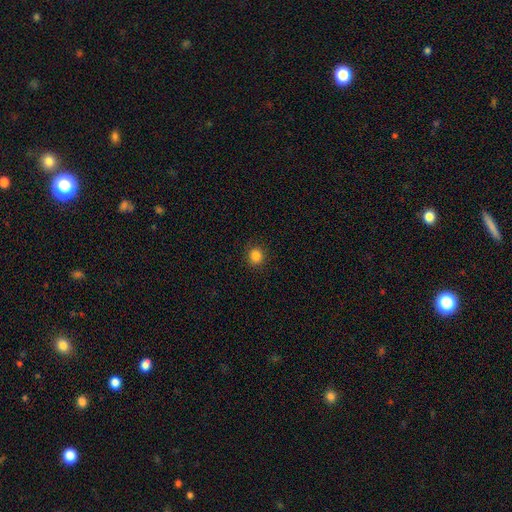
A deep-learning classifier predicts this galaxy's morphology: smooth-or-featured: smooth: 84% | star or artifact: 12% | featured or disk: 4%
  how-rounded: round: 86% | in between: 13% | cigar-shaped: 1%
  merging: none: 88% | minor disturbance: 8% | major disturbance: 3% | merger: 1%